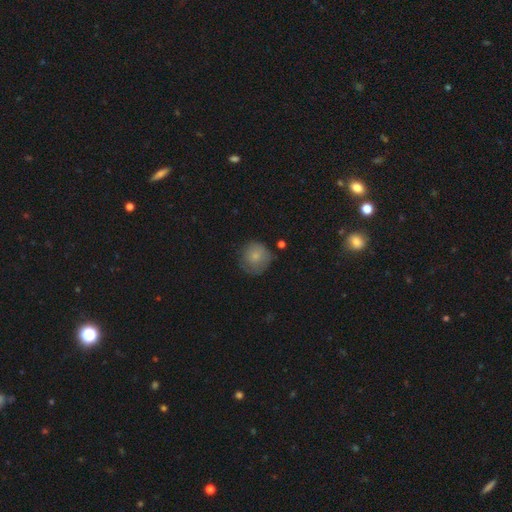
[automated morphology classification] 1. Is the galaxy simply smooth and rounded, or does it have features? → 78% smooth, 13% featured or disk, 9% star or artifact.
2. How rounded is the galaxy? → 90% round, 9% in between, 1% cigar-shaped.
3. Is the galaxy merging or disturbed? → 65% none, 25% minor disturbance, 8% major disturbance, 2% merger.